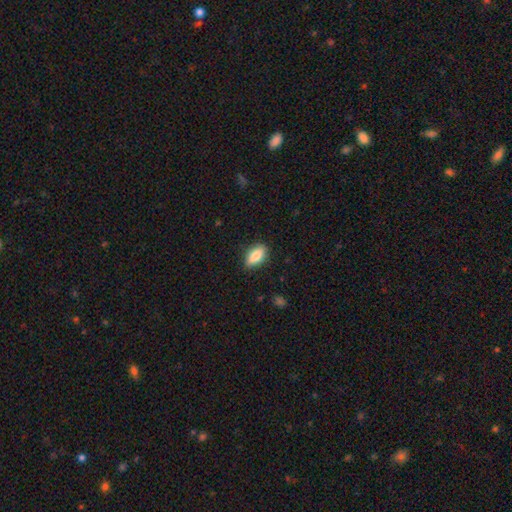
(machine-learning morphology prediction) Smooth or featured? smooth (80%)
How rounded? in between (84%)
Merging? none (85%)